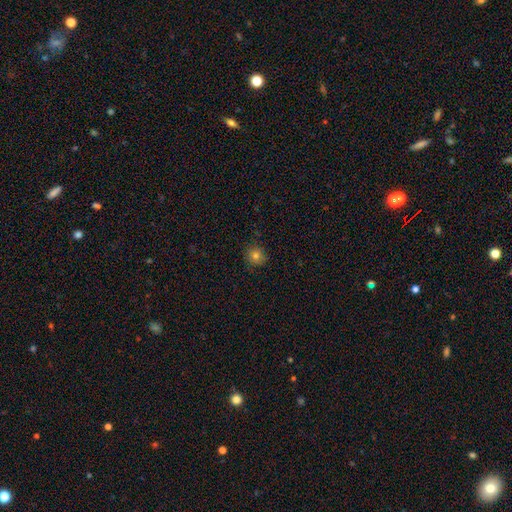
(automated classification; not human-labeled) smooth 79%, star or artifact 14%, featured or disk 7%. Down the decision tree: how rounded — round (89%); merging — none (87%).